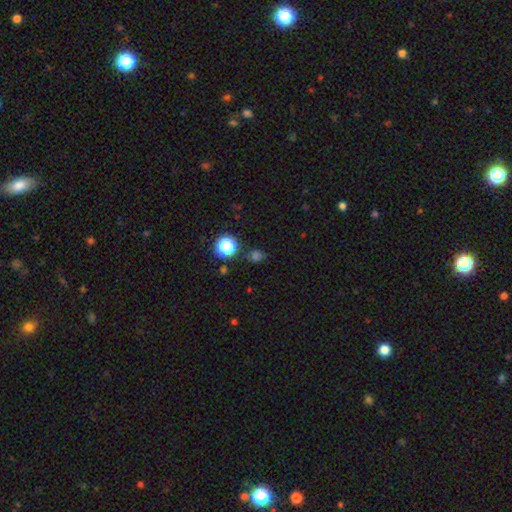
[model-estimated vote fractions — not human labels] Smooth or featured: smooth — 53% (star or artifact — 41%)
How rounded: round — 75% (in between — 23%)
Merging: none — 78% (minor disturbance — 11%)